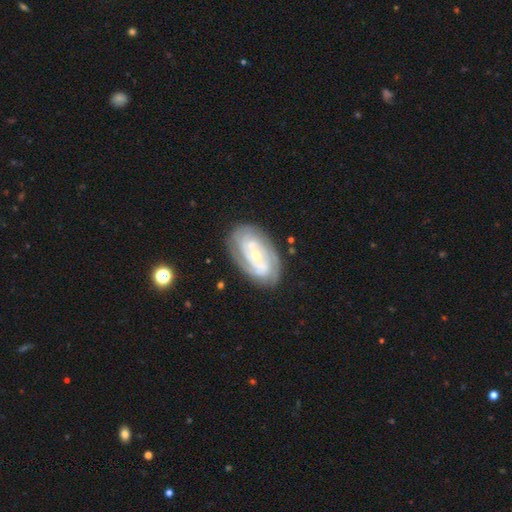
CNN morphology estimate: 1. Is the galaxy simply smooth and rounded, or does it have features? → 81% featured or disk, 13% smooth, 6% star or artifact.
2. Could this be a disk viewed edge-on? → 95% no, 5% yes.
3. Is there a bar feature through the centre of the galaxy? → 63% no, 26% weak, 11% strong.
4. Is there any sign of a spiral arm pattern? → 90% yes, 10% no.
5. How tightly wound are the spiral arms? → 71% tight, 23% medium, 6% loose.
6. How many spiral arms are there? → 37% 2, 33% can't tell, 16% 3, 6% 4, 4% 1, 4% more than 4.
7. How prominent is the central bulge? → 61% small, 35% moderate, 2% large, 1% none, 1% dominant.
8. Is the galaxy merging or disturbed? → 77% none, 16% minor disturbance, 5% major disturbance, 2% merger.